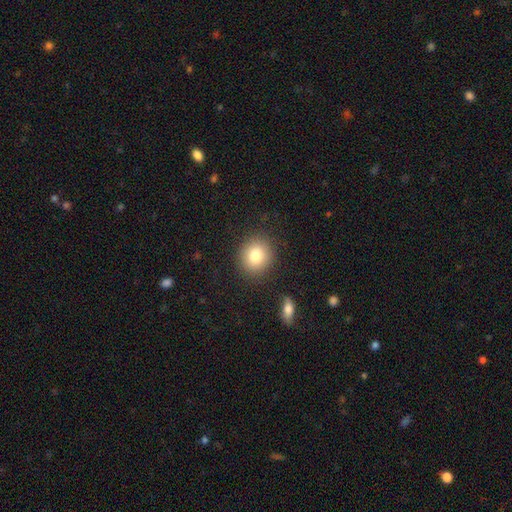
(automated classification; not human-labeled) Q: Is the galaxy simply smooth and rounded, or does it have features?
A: smooth — 81%.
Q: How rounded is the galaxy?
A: round — 81%.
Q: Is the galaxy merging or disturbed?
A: none — 87%.